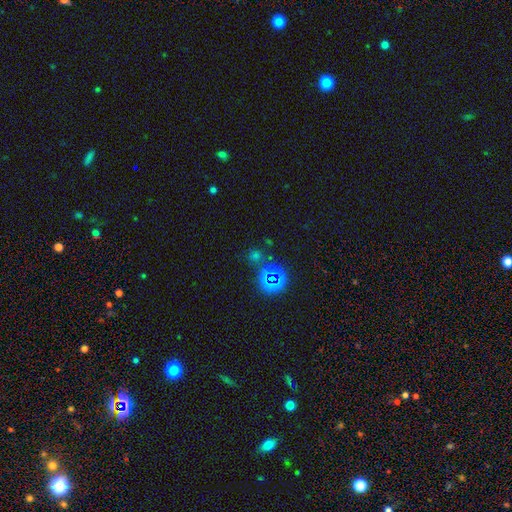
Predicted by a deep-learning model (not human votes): The model was most divided on "smooth or featured": star or artifact: 54%, smooth: 38%, featured or disk: 7%.